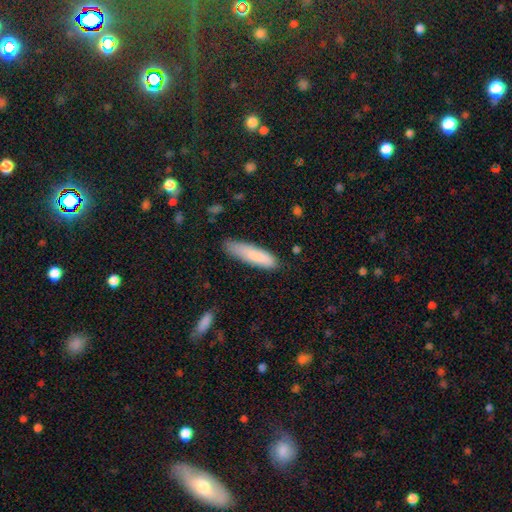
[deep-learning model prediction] Smooth or featured? Predicted: smooth (p=0.84). How rounded? Predicted: cigar-shaped (p=0.78). Merging? Predicted: none (p=0.75).